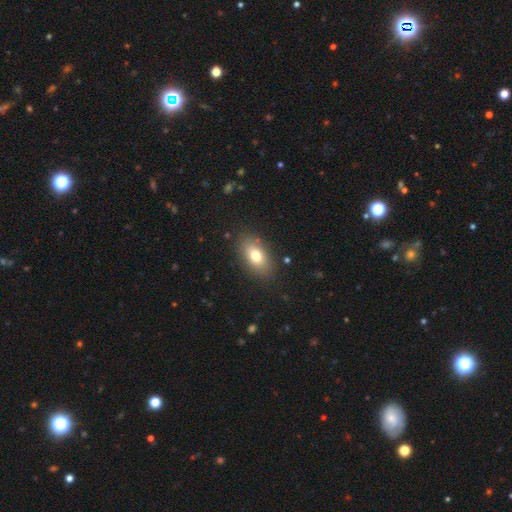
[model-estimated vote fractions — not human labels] A smooth galaxy with no disk features (75%) that is in between round and cigar-shaped (88%).

Vote fractions:
- Smooth or featured? smooth: 75% / featured or disk: 16% / star or artifact: 9%
- How rounded? in between: 88% / round: 8% / cigar-shaped: 4%
- Merging? none: 85% / minor disturbance: 10% / major disturbance: 3% / merger: 1%